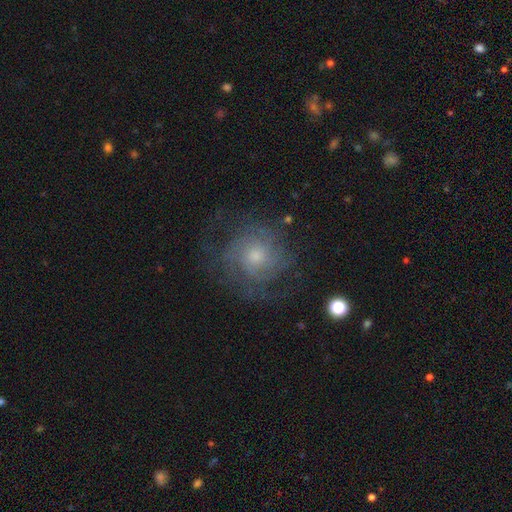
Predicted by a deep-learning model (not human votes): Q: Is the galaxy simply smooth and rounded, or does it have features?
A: featured or disk — 65%.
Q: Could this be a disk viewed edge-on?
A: no — 97%.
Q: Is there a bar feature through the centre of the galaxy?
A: no — 79%.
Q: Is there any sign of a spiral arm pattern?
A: yes — 86%.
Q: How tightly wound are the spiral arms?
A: tight — 51%.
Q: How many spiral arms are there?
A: can't tell — 47%.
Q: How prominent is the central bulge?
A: small — 47%.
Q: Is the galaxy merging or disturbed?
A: none — 66%.